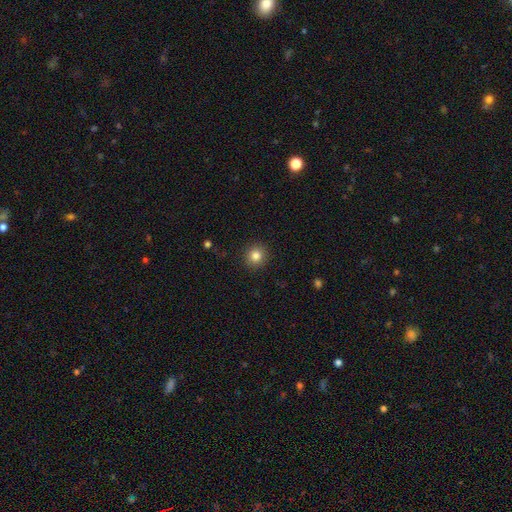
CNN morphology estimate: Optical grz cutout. It shows a smooth galaxy with no disk features (83%) that is round (90%). Merging: none (91%).